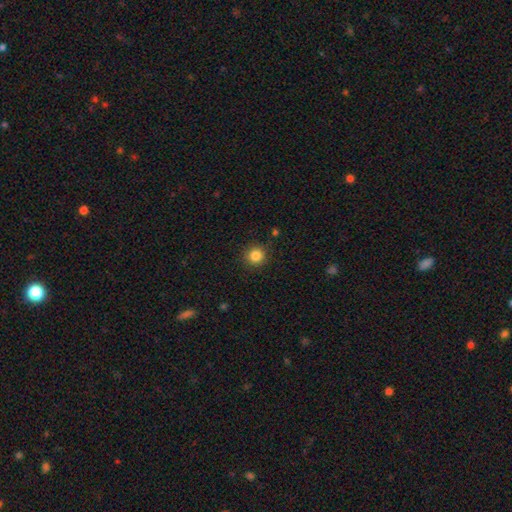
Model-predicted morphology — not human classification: A smooth galaxy with no disk features (85%) that is round (93%).

Vote fractions:
- Smooth or featured? smooth: 85% / star or artifact: 11% / featured or disk: 4%
- How rounded? round: 93% / in between: 7% / cigar-shaped: 1%
- Merging? none: 89% / minor disturbance: 7% / major disturbance: 2% / merger: 1%